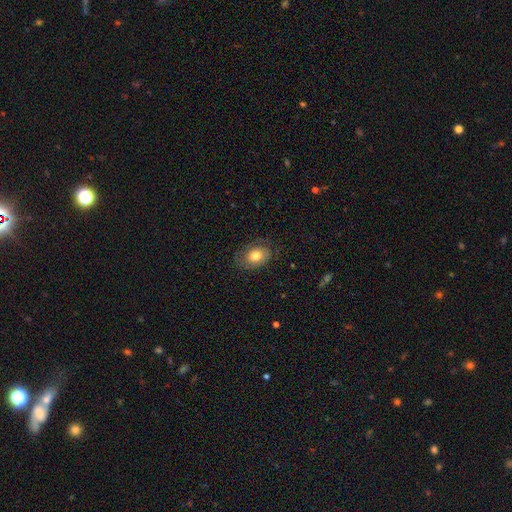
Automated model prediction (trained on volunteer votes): smooth_or_featured: smooth (p=0.70) [alt: featured or disk p=0.21]
how_rounded: in between (p=0.76) [alt: round p=0.23]
merging: none (p=0.74) [alt: minor disturbance p=0.18]